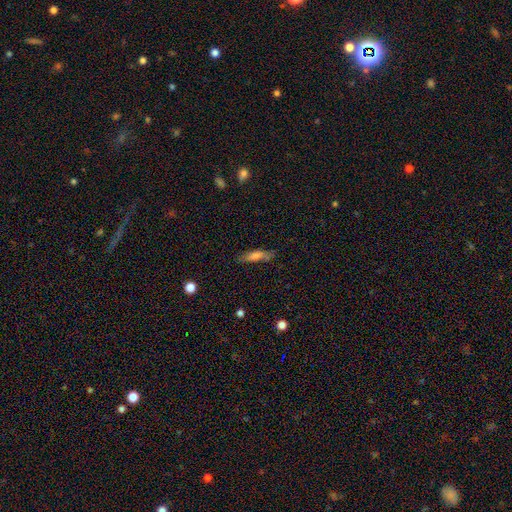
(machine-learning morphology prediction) A smooth galaxy with no disk features (68%) that is cigar-shaped (69%). Merging: none (77%).